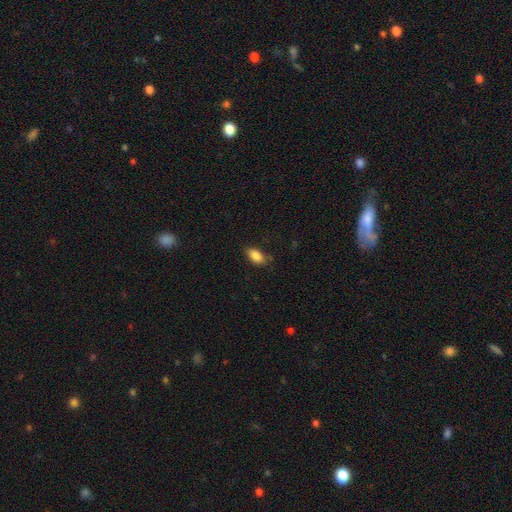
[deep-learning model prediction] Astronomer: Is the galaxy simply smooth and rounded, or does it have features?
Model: smooth — 86%.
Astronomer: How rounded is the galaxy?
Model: in between — 91%.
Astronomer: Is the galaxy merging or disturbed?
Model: none — 78%.